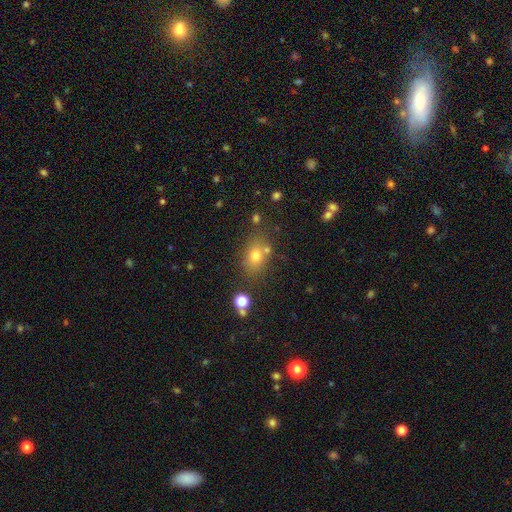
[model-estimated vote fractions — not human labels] smooth 72%, star or artifact 15%, featured or disk 13%. Down the decision tree: how rounded — in between (64%); merging — none (70%).